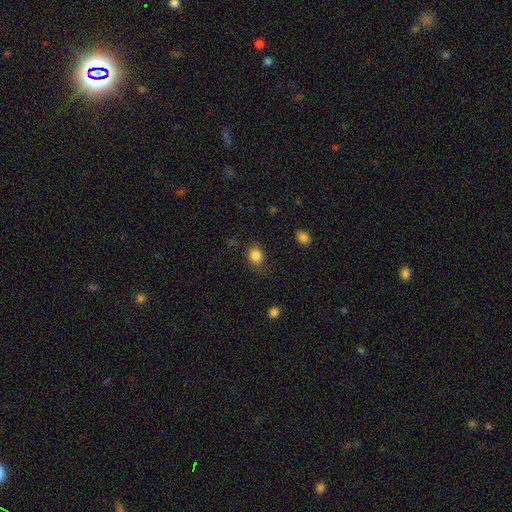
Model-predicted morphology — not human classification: smooth 85%, star or artifact 10%, featured or disk 5%. Down the decision tree: how rounded — round (53%); merging — none (74%).